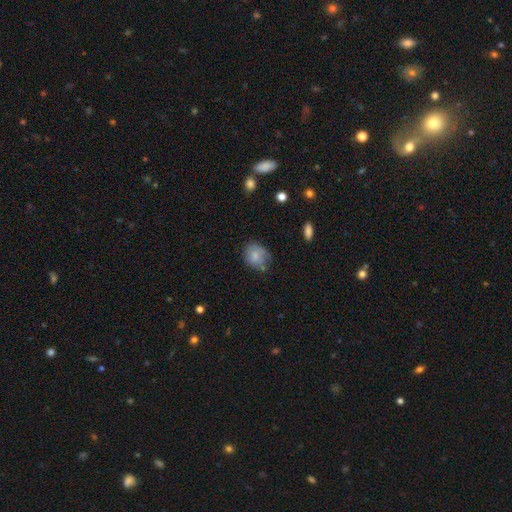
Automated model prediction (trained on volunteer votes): A smooth galaxy with no disk features (69%) that is round (53%).

Vote fractions:
- Smooth or featured? smooth: 69% / featured or disk: 22% / star or artifact: 9%
- How rounded? round: 53% / in between: 46% / cigar-shaped: 1%
- Merging? none: 54% / minor disturbance: 30% / major disturbance: 11% / merger: 5%